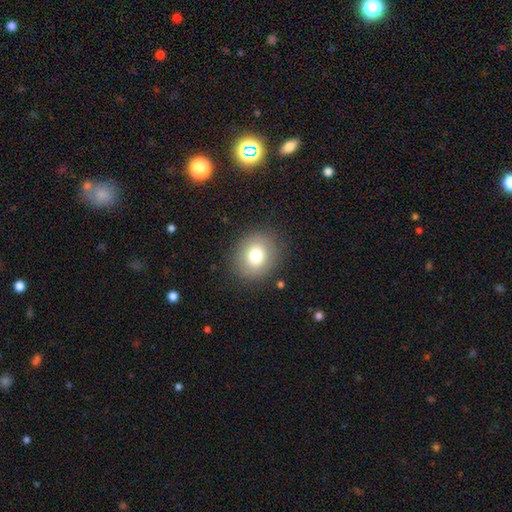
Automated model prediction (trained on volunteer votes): Overall: smooth (75%). How rounded: round (77%). Merging: none (87%).